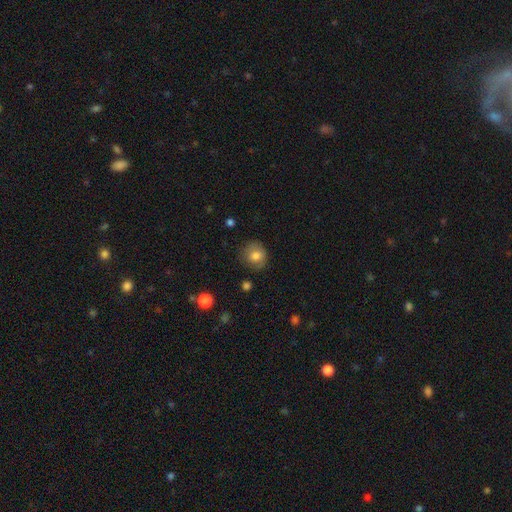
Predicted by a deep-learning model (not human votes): Overall: smooth (76%). How rounded: round (81%). Merging: none (75%).